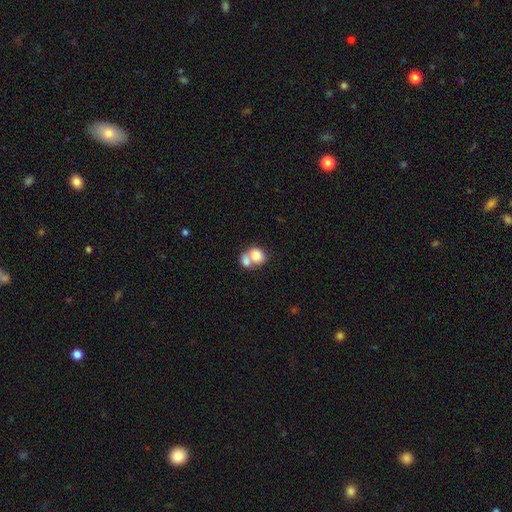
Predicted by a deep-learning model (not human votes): Smooth or featured? Predicted: smooth (p=0.80). How rounded? Predicted: in between (p=0.57). Merging? Predicted: merger (p=0.64).